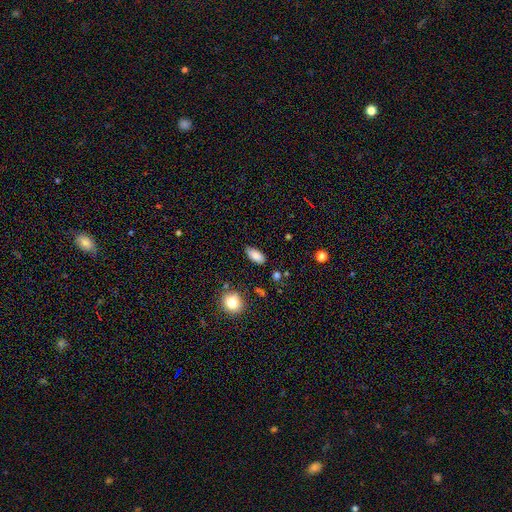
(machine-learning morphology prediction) Q: Smooth or featured?
A: smooth (84%); runner-up: star or artifact (8%)
Q: How rounded?
A: in between (90%); runner-up: cigar-shaped (6%)
Q: Merging?
A: none (79%); runner-up: minor disturbance (16%)